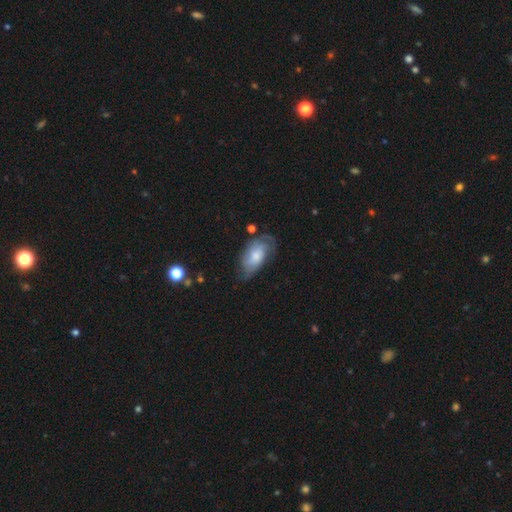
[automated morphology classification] smooth_or_featured: featured or disk (p=0.47) [alt: smooth p=0.46]
merging: none (p=0.51) [alt: minor disturbance p=0.30]